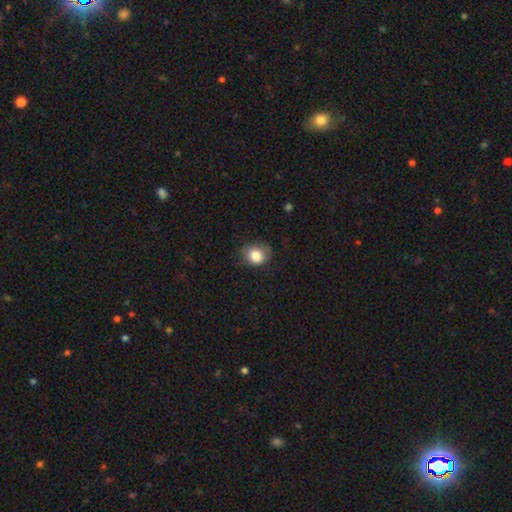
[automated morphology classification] Smooth or featured?
  - smooth: 84% *
  - star or artifact: 10%
  - featured or disk: 7%
How rounded?
  - round: 66% *
  - in between: 33%
  - cigar-shaped: 1%
Merging?
  - none: 72% *
  - minor disturbance: 22%
  - major disturbance: 5%
  - merger: 1%